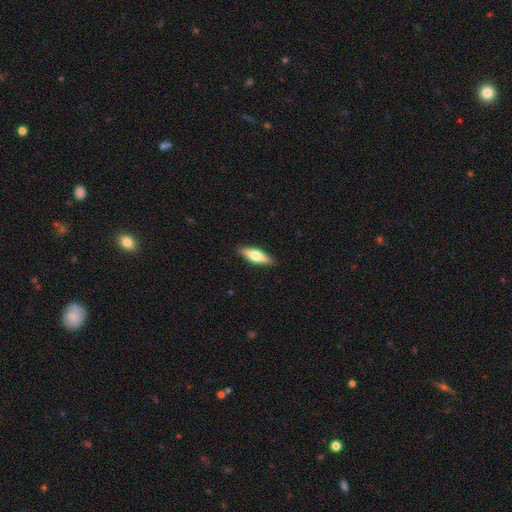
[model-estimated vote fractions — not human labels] This is possibly a smooth galaxy (53%). How rounded: possibly cigar-shaped (52%). Merging: clearly none (89%).